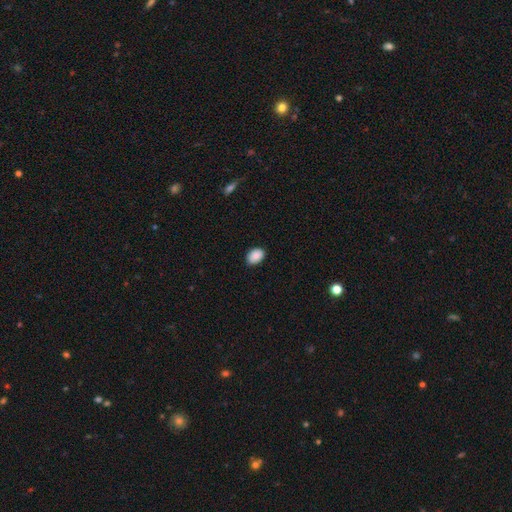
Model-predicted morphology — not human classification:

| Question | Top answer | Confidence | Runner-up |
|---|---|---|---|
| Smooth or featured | smooth | 90% | star or artifact (7%) |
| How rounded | in between | 79% | round (20%) |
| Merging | none | 87% | minor disturbance (10%) |